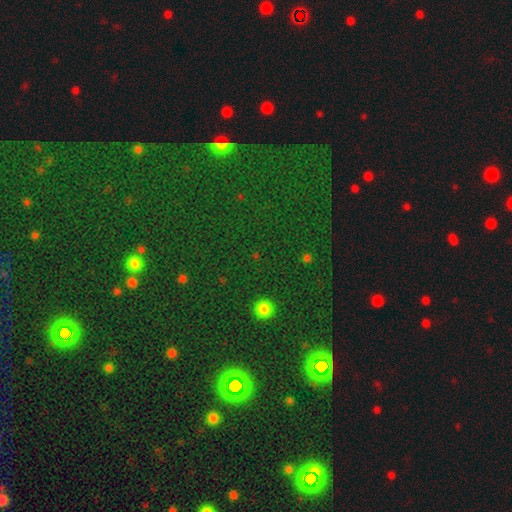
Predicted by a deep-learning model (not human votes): Smooth or featured?
  - star or artifact: 65% *
  - smooth: 25%
  - featured or disk: 10%